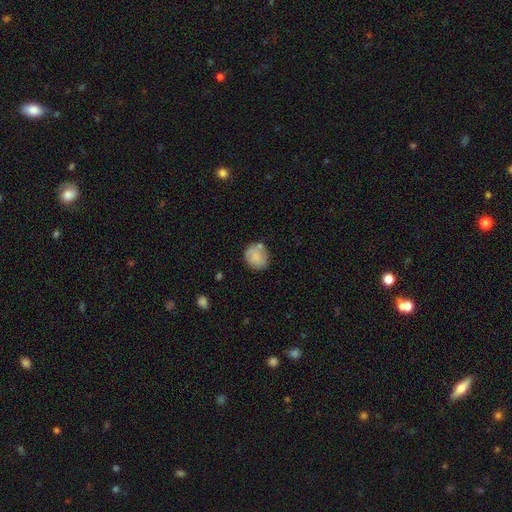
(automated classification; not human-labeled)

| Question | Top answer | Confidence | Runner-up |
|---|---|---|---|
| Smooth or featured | smooth | 72% | featured or disk (20%) |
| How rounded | round | 78% | in between (21%) |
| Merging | none | 66% | minor disturbance (19%) |